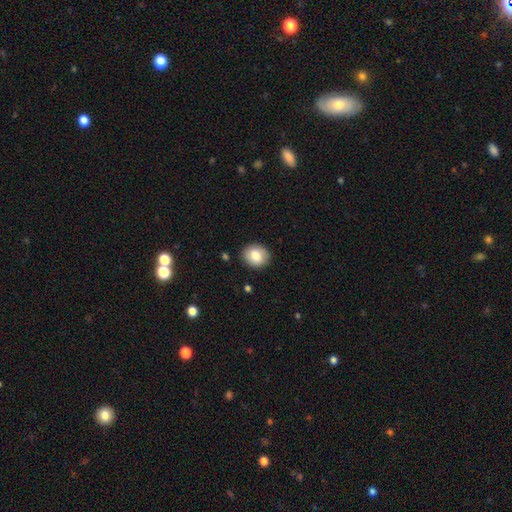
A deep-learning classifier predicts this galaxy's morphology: type=smooth (81%); roundness=round (61%); merging=none (87%).